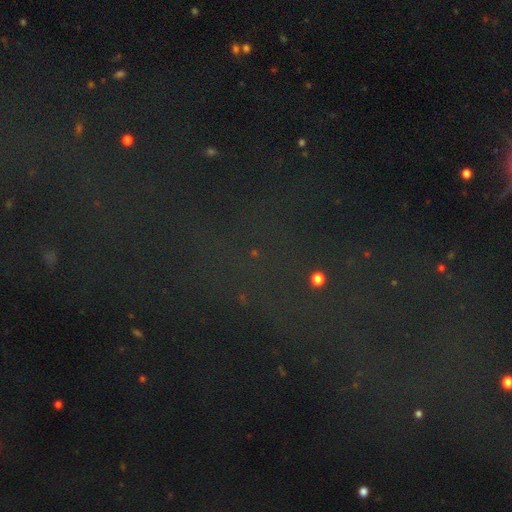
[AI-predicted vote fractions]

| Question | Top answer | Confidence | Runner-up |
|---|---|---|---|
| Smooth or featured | star or artifact | 72% | smooth (16%) |